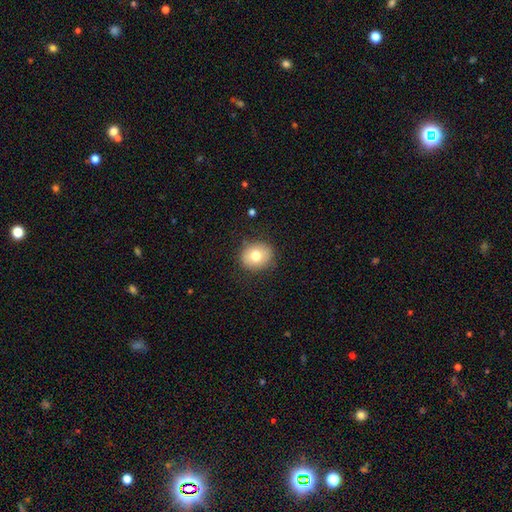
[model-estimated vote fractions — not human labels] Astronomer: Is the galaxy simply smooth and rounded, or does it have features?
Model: smooth — 76%.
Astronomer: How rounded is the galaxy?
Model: round — 73%.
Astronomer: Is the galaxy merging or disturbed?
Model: none — 85%.